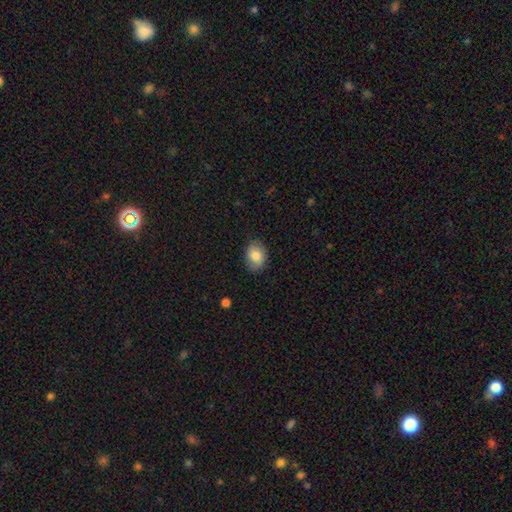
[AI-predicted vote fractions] smooth_or_featured: smooth (p=0.81) [alt: featured or disk p=0.12]
how_rounded: in between (p=0.75) [alt: round p=0.24]
merging: none (p=0.82) [alt: minor disturbance p=0.14]